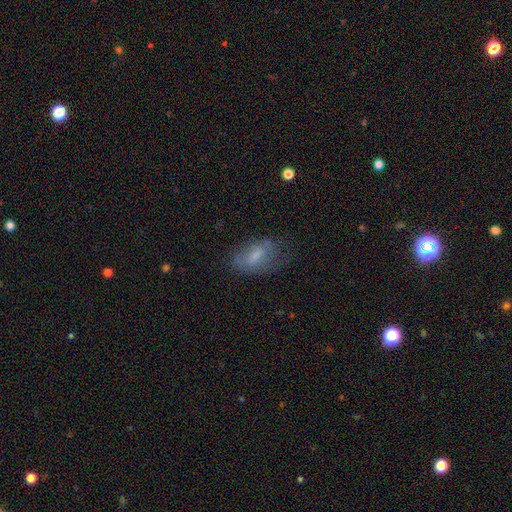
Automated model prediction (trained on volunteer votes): Smooth or featured: smooth — 58% (featured or disk — 32%)
How rounded: in between — 87% (cigar-shaped — 8%)
Merging: none — 47% (minor disturbance — 29%)